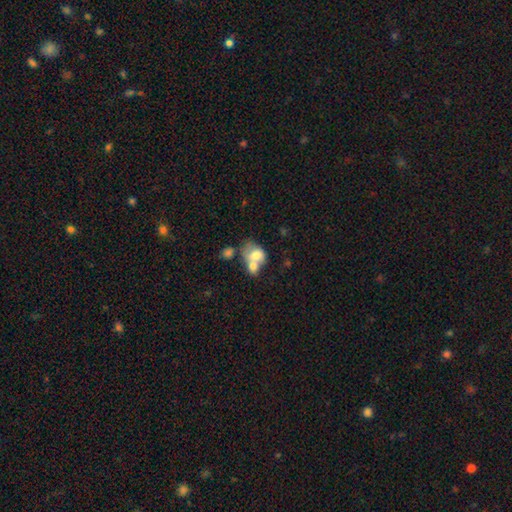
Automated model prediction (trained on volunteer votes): Smooth or featured? Predicted: smooth (p=0.67). How rounded? Predicted: in between (p=0.64). Merging? Predicted: merger (p=0.69).